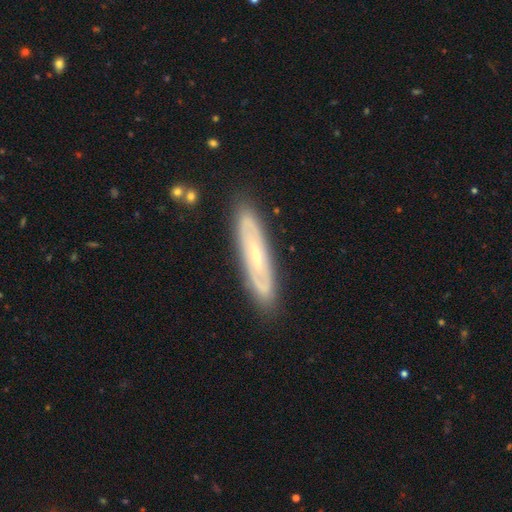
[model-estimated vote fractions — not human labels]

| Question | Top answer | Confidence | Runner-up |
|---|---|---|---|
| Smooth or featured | featured or disk | 63% | smooth (30%) |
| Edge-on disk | no | 59% | yes (41%) |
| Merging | none | 85% | minor disturbance (10%) |